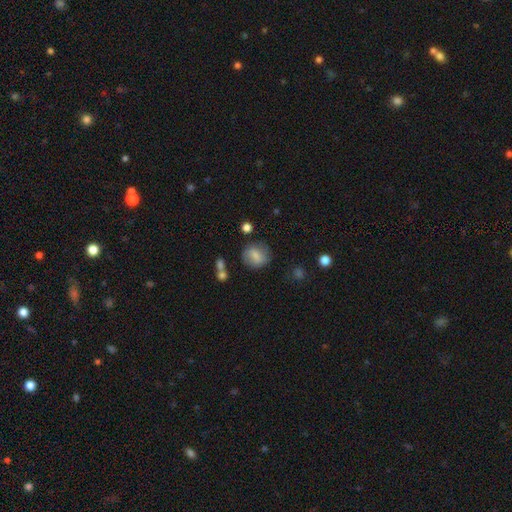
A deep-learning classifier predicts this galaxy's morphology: Q: Smooth or featured?
A: smooth (75%); runner-up: featured or disk (16%)
Q: How rounded?
A: round (70%); runner-up: in between (28%)
Q: Merging?
A: none (72%); runner-up: minor disturbance (17%)